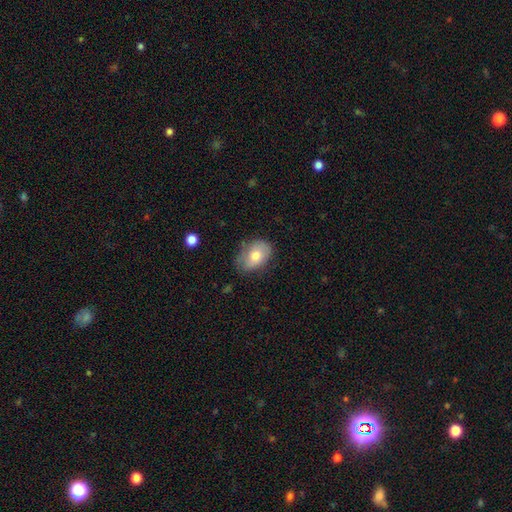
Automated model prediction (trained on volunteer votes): Smooth or featured? smooth (69%)
How rounded? in between (78%)
Merging? none (64%)